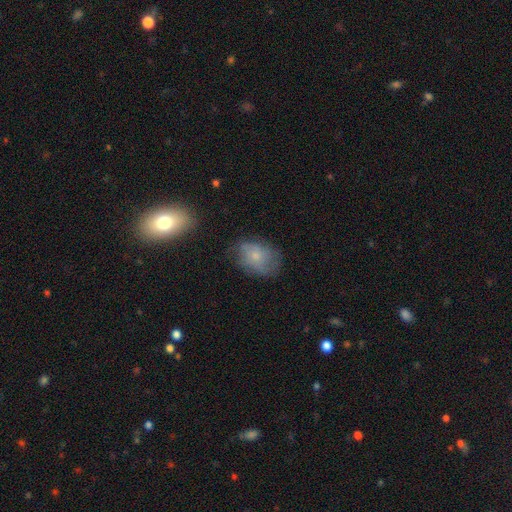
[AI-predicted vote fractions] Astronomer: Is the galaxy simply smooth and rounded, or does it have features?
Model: smooth — 60%.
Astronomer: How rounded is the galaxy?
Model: in between — 73%.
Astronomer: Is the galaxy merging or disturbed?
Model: none — 59%.